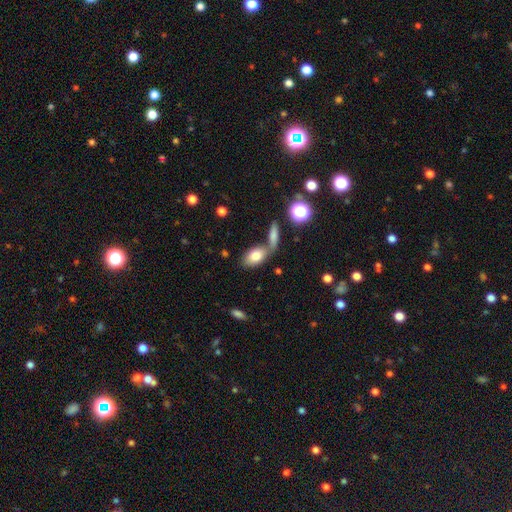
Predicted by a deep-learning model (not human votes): Smooth or featured?
  - smooth: 77% *
  - featured or disk: 15%
  - star or artifact: 8%
How rounded?
  - in between: 89% *
  - round: 7%
  - cigar-shaped: 4%
Merging?
  - none: 49% *
  - merger: 35%
  - minor disturbance: 11%
  - major disturbance: 5%